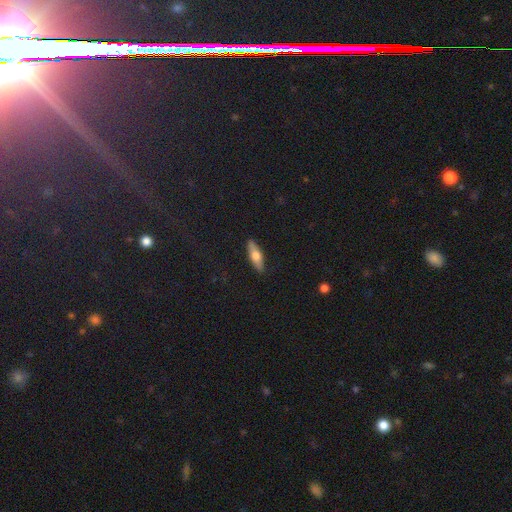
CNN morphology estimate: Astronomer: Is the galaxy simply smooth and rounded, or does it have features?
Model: smooth — 51% (runner-up: featured or disk, 43%).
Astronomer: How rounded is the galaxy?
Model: cigar-shaped — 54% (runner-up: in between, 43%).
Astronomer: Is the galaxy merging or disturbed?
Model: none — 89%.